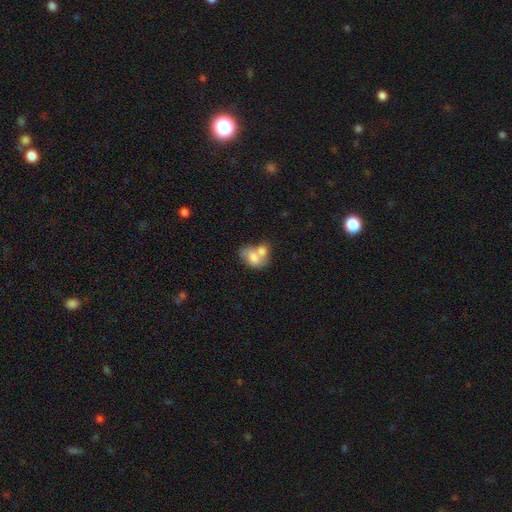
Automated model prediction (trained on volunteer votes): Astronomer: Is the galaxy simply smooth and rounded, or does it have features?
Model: smooth — 68%.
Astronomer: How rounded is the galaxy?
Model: in between — 74%.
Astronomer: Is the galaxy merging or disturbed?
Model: merger — 66%.